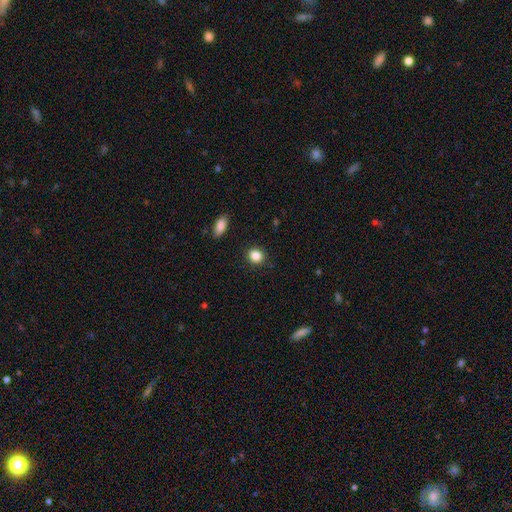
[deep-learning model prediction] Smooth or featured?
  - smooth: 86% *
  - star or artifact: 10%
  - featured or disk: 4%
How rounded?
  - round: 74% *
  - in between: 25%
  - cigar-shaped: 1%
Merging?
  - none: 89% *
  - minor disturbance: 7%
  - major disturbance: 2%
  - merger: 1%